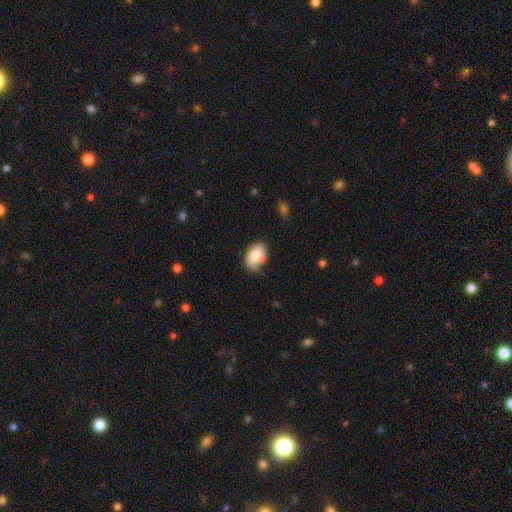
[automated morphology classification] The model was most divided on "merging": none: 66%, minor disturbance: 26%, major disturbance: 5%, merger: 4%. More confident: how rounded — in between (88%); smooth or featured — smooth (83%).